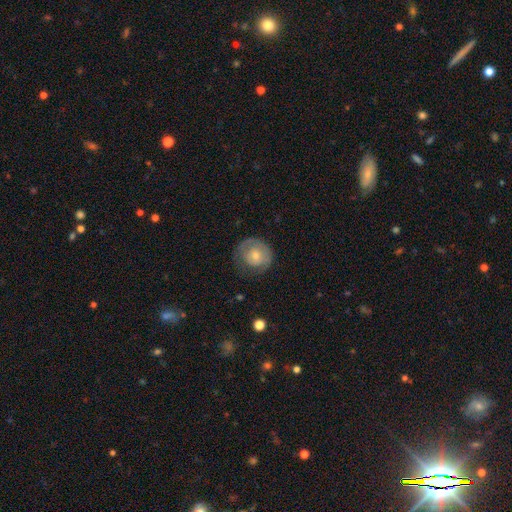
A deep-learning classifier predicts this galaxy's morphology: This appears to be a smooth galaxy with no disk features (55%) that is round (82%). Merging: none (60%).